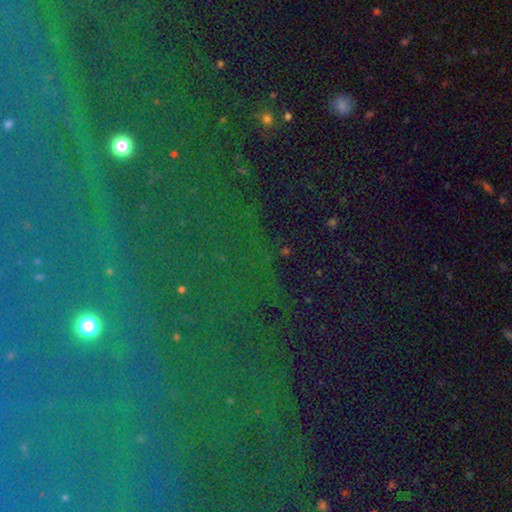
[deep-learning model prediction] Smooth or featured?
  - star or artifact: 78% *
  - featured or disk: 11%
  - smooth: 10%